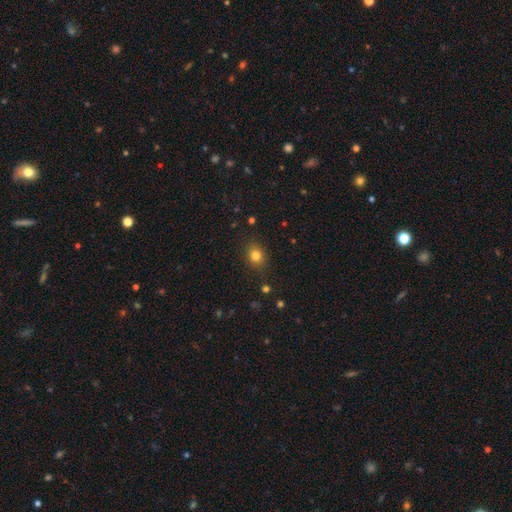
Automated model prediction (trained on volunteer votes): Smooth or featured? Predicted: smooth (p=0.80). How rounded? Predicted: round (p=0.62). Merging? Predicted: none (p=0.86).